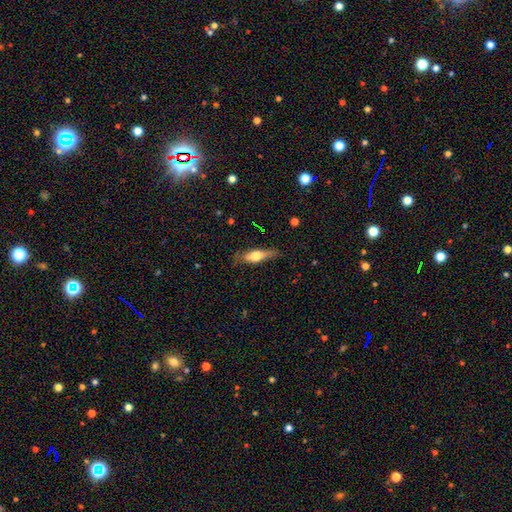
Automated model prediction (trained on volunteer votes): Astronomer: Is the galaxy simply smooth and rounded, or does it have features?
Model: smooth — 53% (runner-up: featured or disk, 40%).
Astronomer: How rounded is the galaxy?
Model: cigar-shaped — 56% (runner-up: in between, 41%).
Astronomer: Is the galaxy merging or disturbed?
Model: none — 70%.